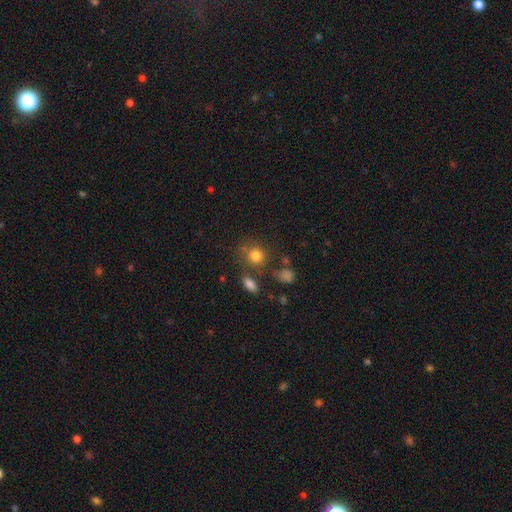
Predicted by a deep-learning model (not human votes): Smooth or featured?
  - smooth: 80% *
  - star or artifact: 12%
  - featured or disk: 8%
How rounded?
  - round: 81% *
  - in between: 18%
  - cigar-shaped: 1%
Merging?
  - none: 67% *
  - minor disturbance: 14%
  - merger: 12%
  - major disturbance: 7%